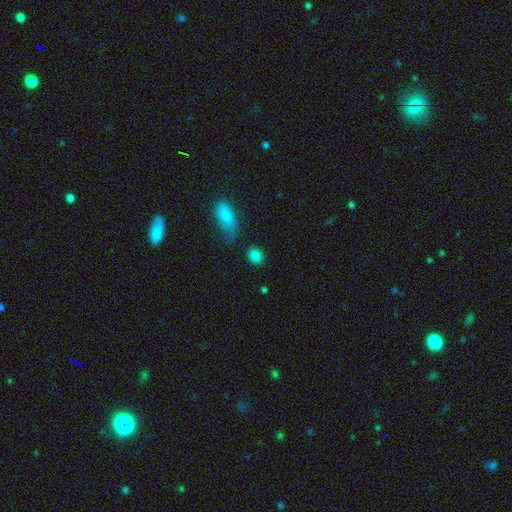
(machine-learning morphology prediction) type=smooth (84%); roundness=round (52%); merging=none (80%).